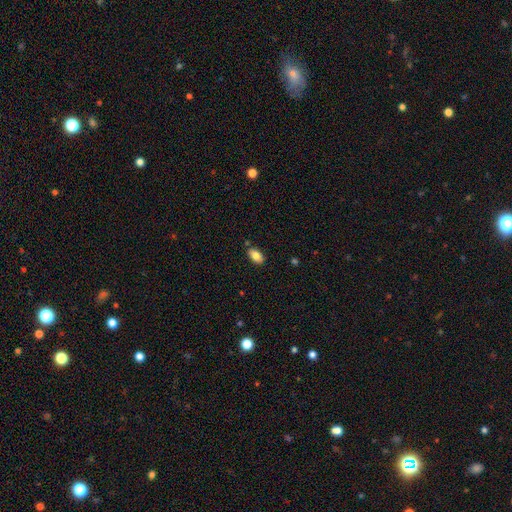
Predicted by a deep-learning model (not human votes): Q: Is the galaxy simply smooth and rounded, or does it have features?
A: smooth — 80%.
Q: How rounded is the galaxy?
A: in between — 92%.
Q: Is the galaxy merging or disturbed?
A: none — 82%.